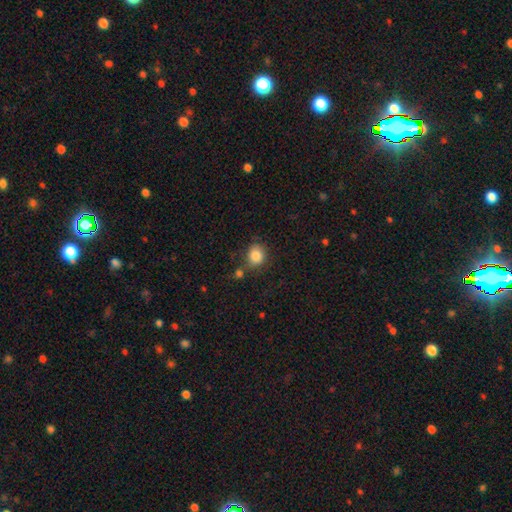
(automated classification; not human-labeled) The model was most divided on "how rounded": round: 67%, in between: 32%, cigar-shaped: 1%. More confident: smooth or featured — smooth (85%); merging — none (68%).